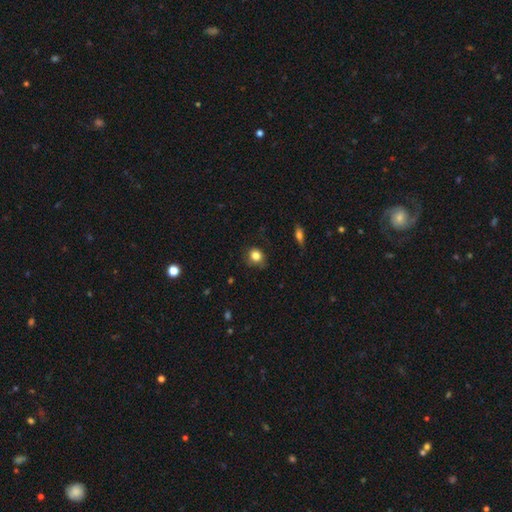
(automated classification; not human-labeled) Morphology: type=smooth (82%); roundness=round (73%); merging=none (73%).